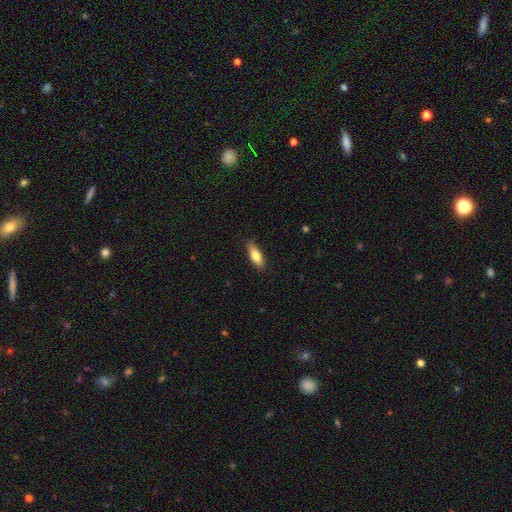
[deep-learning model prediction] Q: Smooth or featured?
A: smooth (72%); runner-up: featured or disk (22%)
Q: How rounded?
A: in between (62%); runner-up: cigar-shaped (35%)
Q: Merging?
A: none (87%); runner-up: minor disturbance (10%)